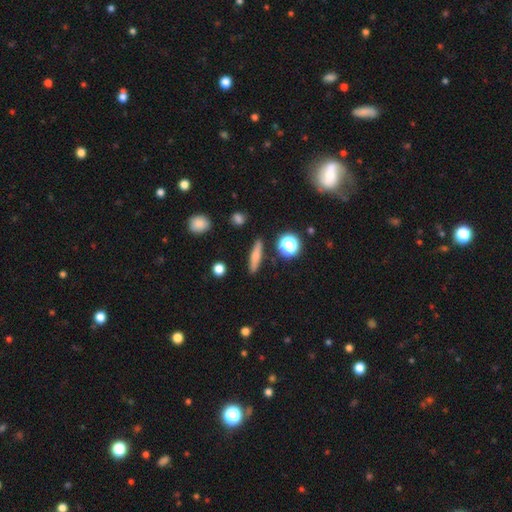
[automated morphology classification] This appears to be a smooth galaxy with no disk features (64%) that is cigar-shaped (79%). Merging: none (88%).